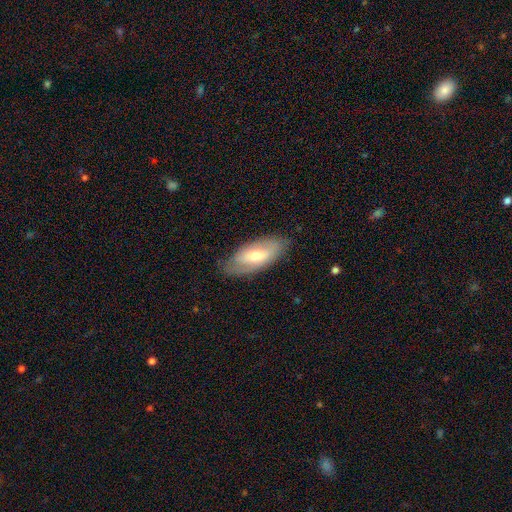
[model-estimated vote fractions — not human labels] smooth-or-featured: smooth: 48% | featured or disk: 46% | star or artifact: 6%
  merging: none: 76% | minor disturbance: 18% | major disturbance: 5% | merger: 1%